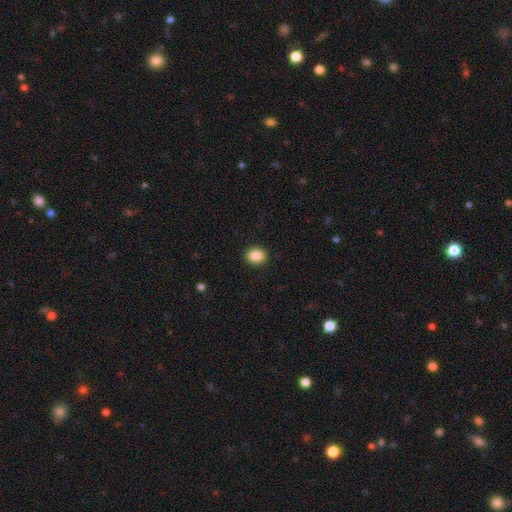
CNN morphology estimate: Smooth or featured? Predicted: smooth (p=0.88). How rounded? Predicted: in between (p=0.64). Merging? Predicted: none (p=0.91).